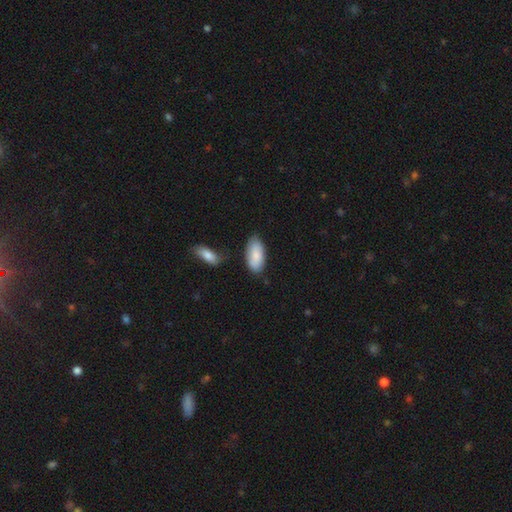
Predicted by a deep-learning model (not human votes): Q: Smooth or featured?
A: smooth (85%); runner-up: featured or disk (10%)
Q: How rounded?
A: in between (91%); runner-up: cigar-shaped (7%)
Q: Merging?
A: none (72%); runner-up: minor disturbance (18%)